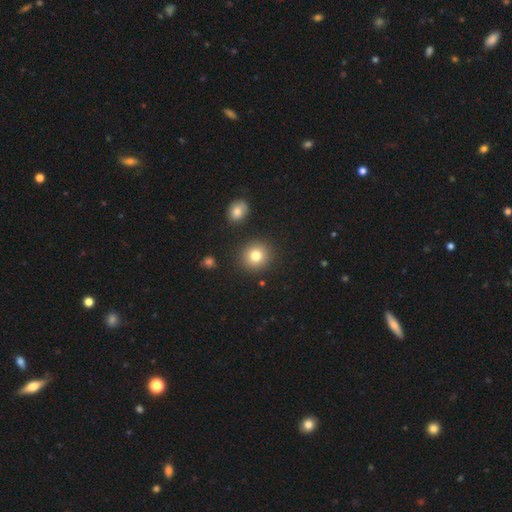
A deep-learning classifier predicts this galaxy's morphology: A smooth galaxy with no disk features (80%) that is round (88%).

Vote fractions:
- Smooth or featured? smooth: 80% / star or artifact: 12% / featured or disk: 8%
- How rounded? round: 88% / in between: 11% / cigar-shaped: 1%
- Merging? none: 89% / minor disturbance: 6% / merger: 3% / major disturbance: 2%